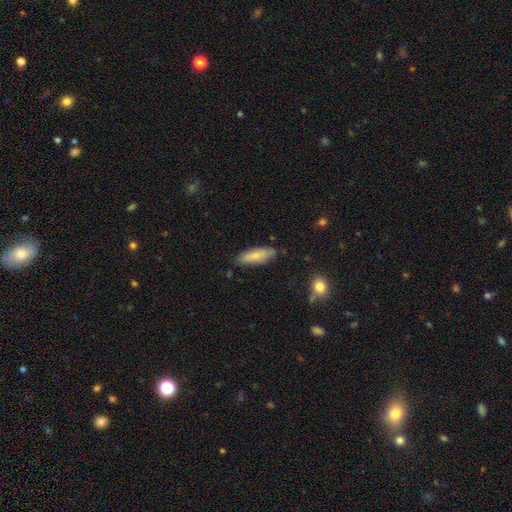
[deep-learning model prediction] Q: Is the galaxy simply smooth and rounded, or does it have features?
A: smooth — 77%.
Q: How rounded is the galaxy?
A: cigar-shaped — 52%.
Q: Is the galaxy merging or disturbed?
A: none — 79%.